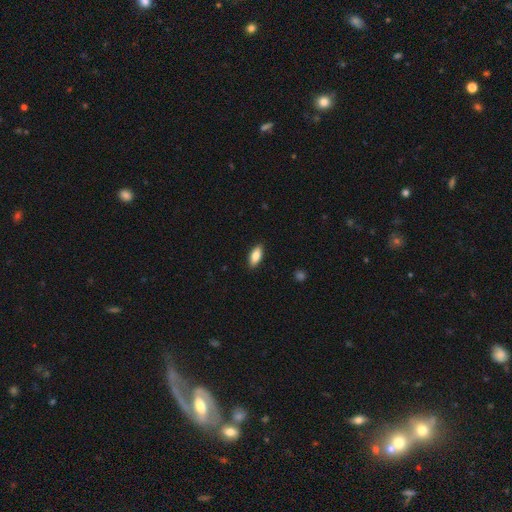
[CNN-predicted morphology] A smooth galaxy with no disk features (83%) that is in between round and cigar-shaped (82%).

Vote fractions:
- Smooth or featured? smooth: 83% / featured or disk: 10% / star or artifact: 6%
- How rounded? in between: 82% / cigar-shaped: 15% / round: 2%
- Merging? none: 89% / minor disturbance: 8% / major disturbance: 2% / merger: 1%